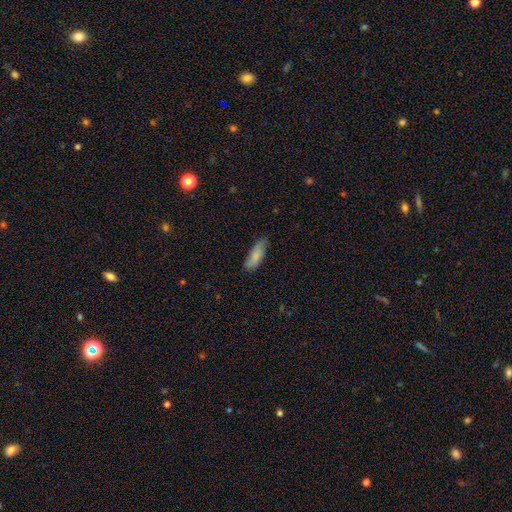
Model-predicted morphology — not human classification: Smooth or featured?
  - smooth: 83% *
  - featured or disk: 11%
  - star or artifact: 6%
How rounded?
  - in between: 65% *
  - cigar-shaped: 33%
  - round: 2%
Merging?
  - none: 71% *
  - minor disturbance: 24%
  - major disturbance: 4%
  - merger: 1%